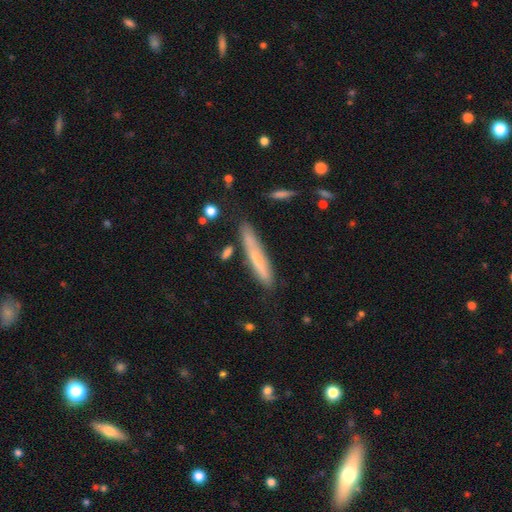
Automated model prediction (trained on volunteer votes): Overall: smooth (63%; featured or disk 29%). How rounded: cigar-shaped (92%). Merging: none (77%).